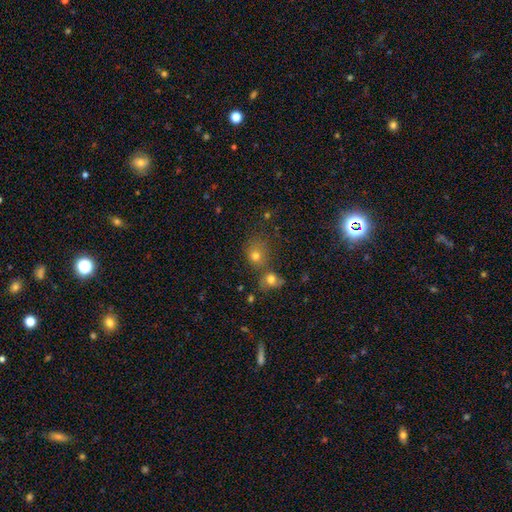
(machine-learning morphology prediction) Smooth or featured? Predicted: smooth (p=0.75). How rounded? Predicted: round (p=0.70). Merging? Predicted: none (p=0.48).